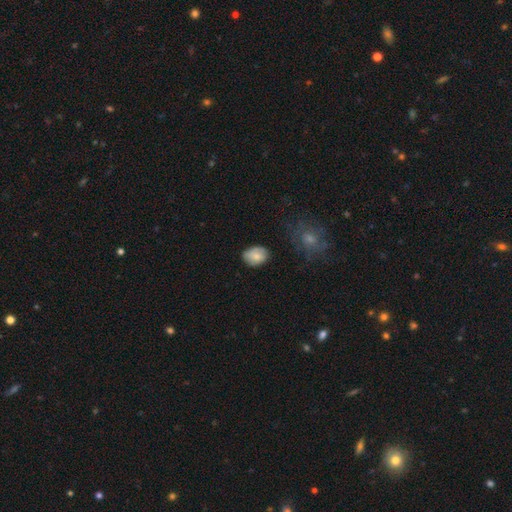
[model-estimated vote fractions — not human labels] A smooth galaxy with no disk features (73%) that is in between round and cigar-shaped (70%).

Vote fractions:
- Smooth or featured? smooth: 73% / featured or disk: 19% / star or artifact: 8%
- How rounded? in between: 70% / round: 29% / cigar-shaped: 1%
- Merging? none: 68% / minor disturbance: 25% / major disturbance: 5% / merger: 2%